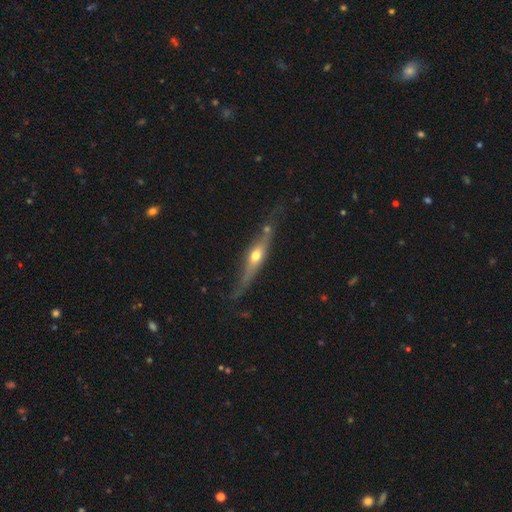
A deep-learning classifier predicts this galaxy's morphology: The model was most divided on "smooth or featured": featured or disk: 67%, smooth: 27%, star or artifact: 6%. More confident: edge-on bulge — rounded (89%); edge-on disk — yes (85%); merging — none (63%).